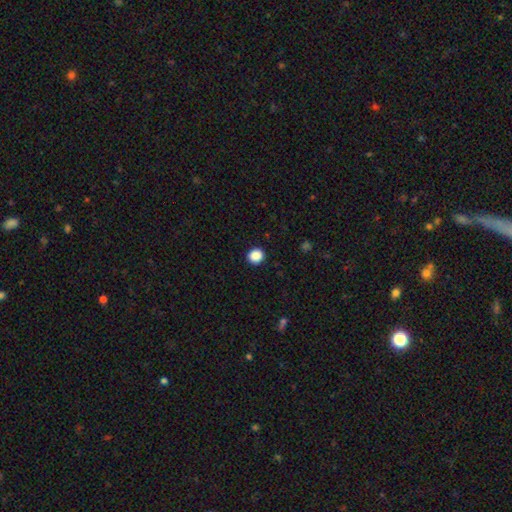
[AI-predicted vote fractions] Smooth or featured? smooth (88%)
How rounded? round (91%)
Merging? none (93%)